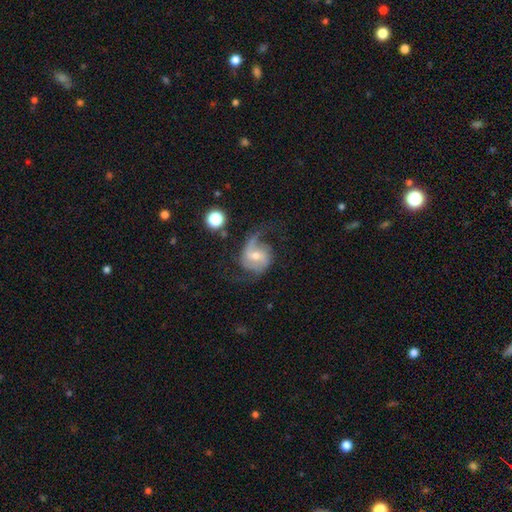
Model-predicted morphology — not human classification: The model was most divided on "spiral winding" (2-way tie): loose: 44%, medium: 44%, tight: 12%. Remaining: edge-on disk — no (98%); spiral arms — yes (96%); smooth or featured — featured or disk (82%); spiral arm count — 2 (78%); merging — none (58%); bulge size — moderate (52%); bar — weak (48%).